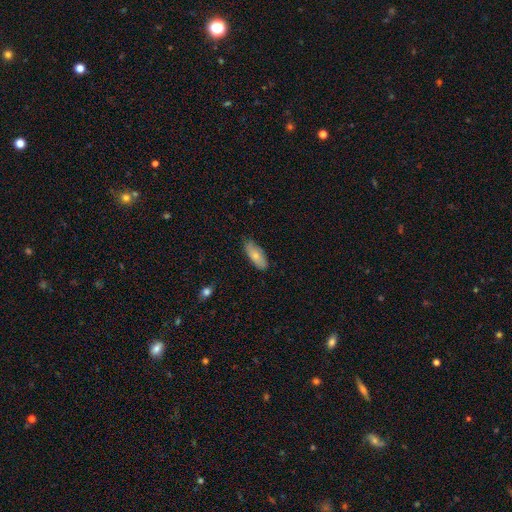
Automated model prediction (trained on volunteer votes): Smooth or featured: smooth — 76% (featured or disk — 18%)
How rounded: in between — 78% (cigar-shaped — 20%)
Merging: none — 81% (minor disturbance — 15%)